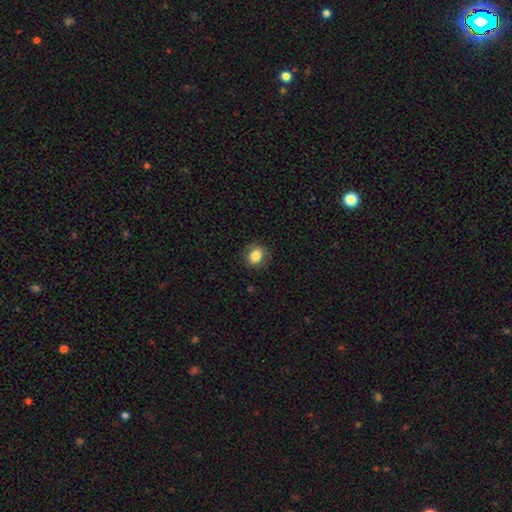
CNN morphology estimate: Overall: smooth (83%). How rounded: round (57%; in between 42%). Merging: none (85%).